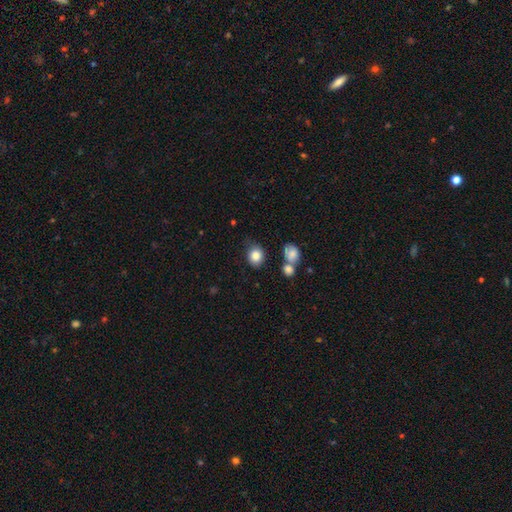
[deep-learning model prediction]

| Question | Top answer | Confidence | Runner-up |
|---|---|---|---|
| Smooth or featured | smooth | 85% | star or artifact (9%) |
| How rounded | round | 59% | in between (40%) |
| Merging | none | 71% | minor disturbance (17%) |